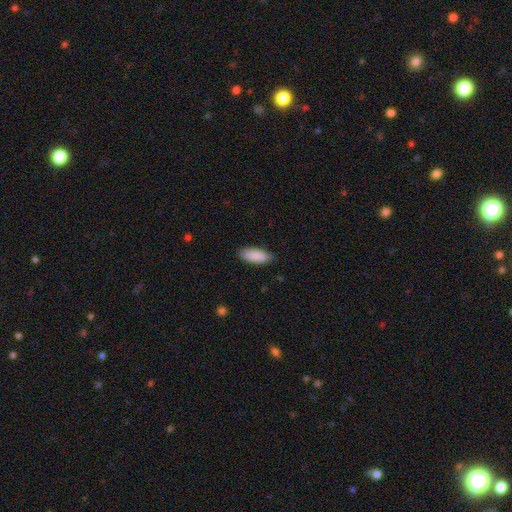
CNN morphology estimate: smooth 89%, star or artifact 6%, featured or disk 5%. Down the decision tree: how rounded — in between (84%); merging — none (81%).